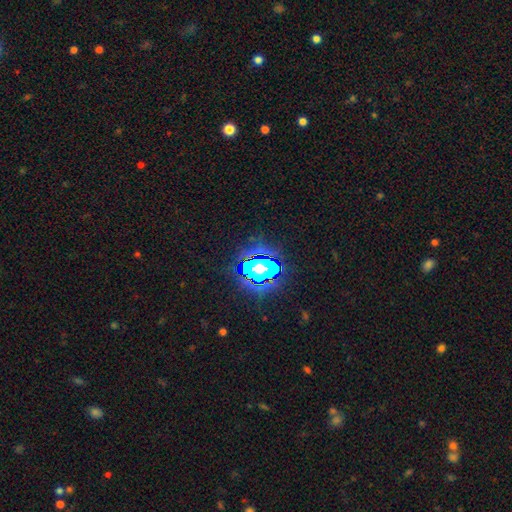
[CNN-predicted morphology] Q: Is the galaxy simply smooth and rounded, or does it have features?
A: star or artifact — 83%.